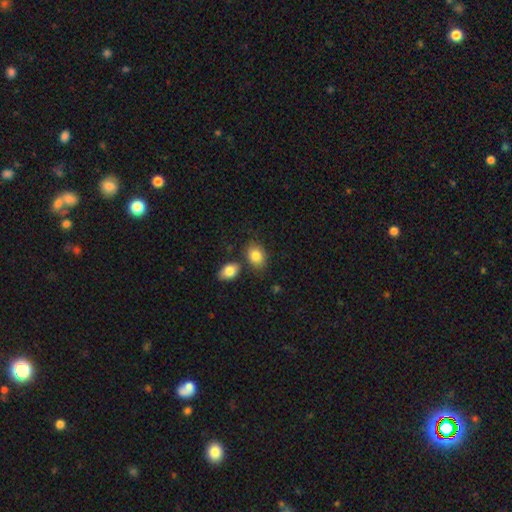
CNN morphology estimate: Smooth or featured? Predicted: smooth (p=0.83). How rounded? Predicted: in between (p=0.70). Merging? Predicted: none (p=0.68).